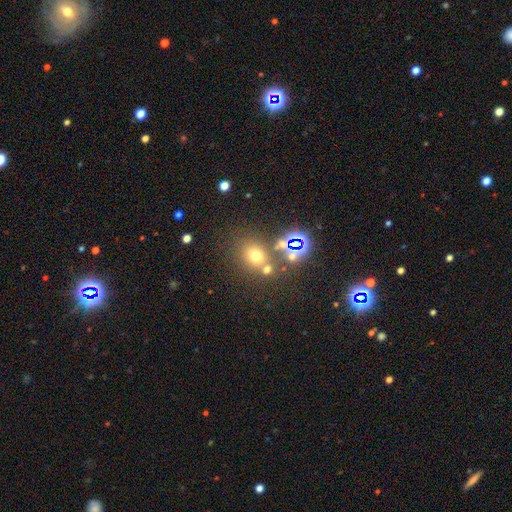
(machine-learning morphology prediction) Smooth or featured? smooth (59%)
How rounded? round (72%)
Merging? none (63%)